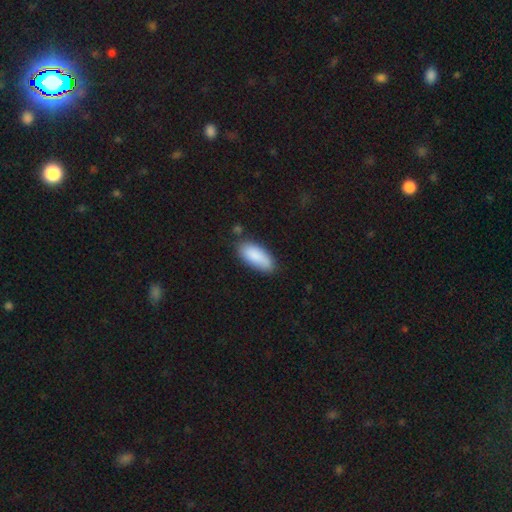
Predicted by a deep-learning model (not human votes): This appears to be a smooth galaxy with no disk features (87%) that is in between round and cigar-shaped (84%). Merging: none (76%).